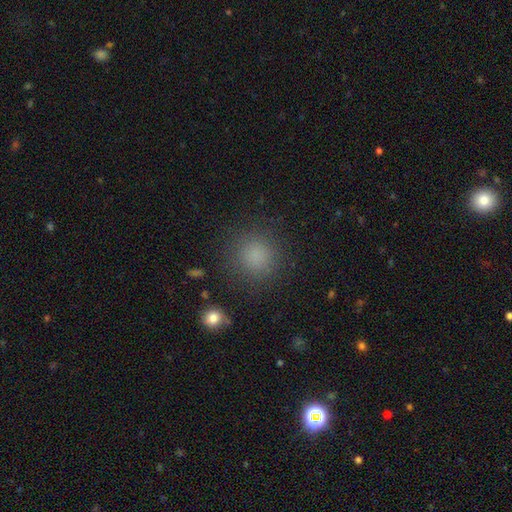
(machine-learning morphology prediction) Q: Smooth or featured?
A: smooth (82%); runner-up: star or artifact (14%)
Q: How rounded?
A: round (93%); runner-up: in between (6%)
Q: Merging?
A: none (87%); runner-up: minor disturbance (8%)